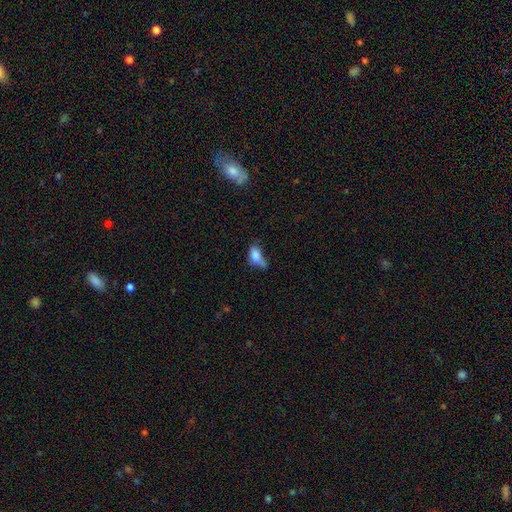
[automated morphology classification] Smooth or featured? Predicted: smooth (p=0.78). How rounded? Predicted: in between (p=0.86). Merging? Predicted: minor disturbance (p=0.34).